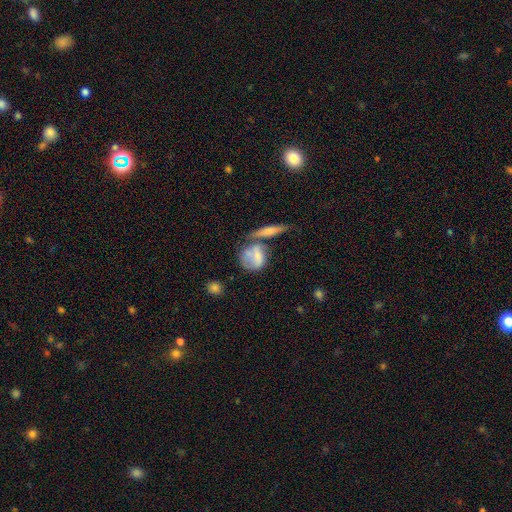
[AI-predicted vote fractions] Morphology: type=smooth (64%); roundness=round (52%); merging=merger (38%).